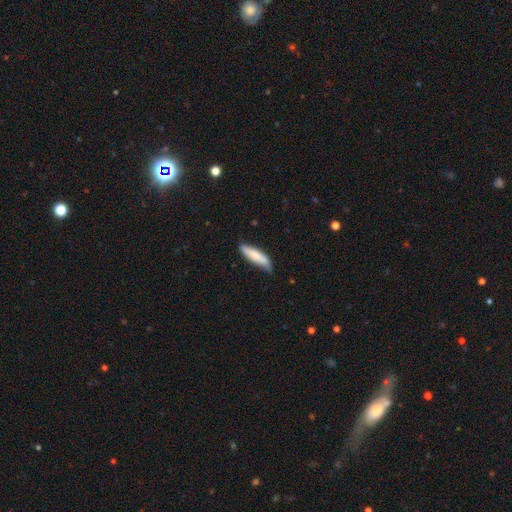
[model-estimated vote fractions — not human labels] This is likely a smooth galaxy (79%). How rounded: likely cigar-shaped (70%). Merging: likely none (66%).